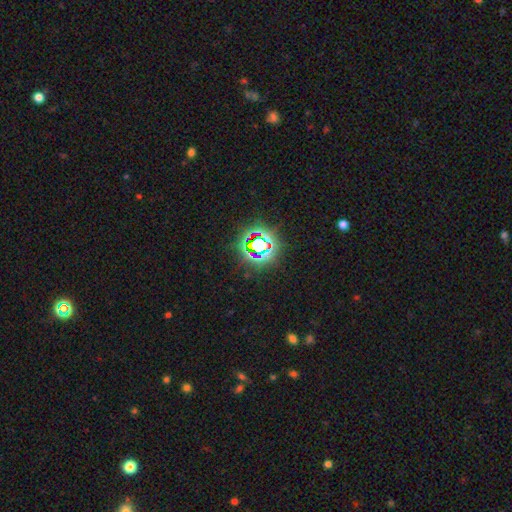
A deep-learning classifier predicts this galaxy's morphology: The model was most divided on "smooth or featured": star or artifact: 81%, smooth: 12%, featured or disk: 7%.